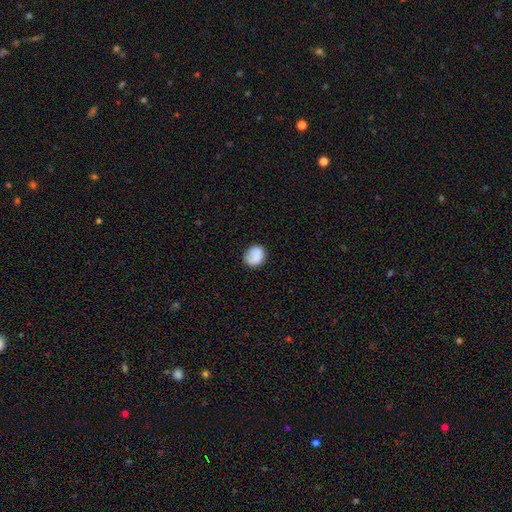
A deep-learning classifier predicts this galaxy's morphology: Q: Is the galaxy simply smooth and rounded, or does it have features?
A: smooth — 78%.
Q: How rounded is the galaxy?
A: round — 56%.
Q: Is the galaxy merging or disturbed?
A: none — 72%.